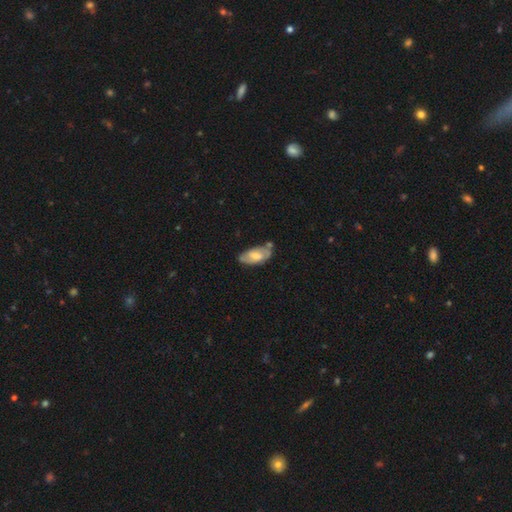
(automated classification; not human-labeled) Smooth or featured? smooth (49%)
Merging? none (55%)